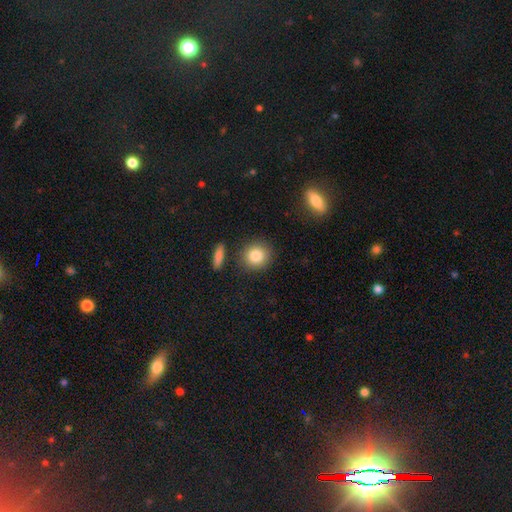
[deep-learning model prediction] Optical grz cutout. It shows a smooth galaxy with no disk features (85%) that is round (86%). Merging: none (84%).